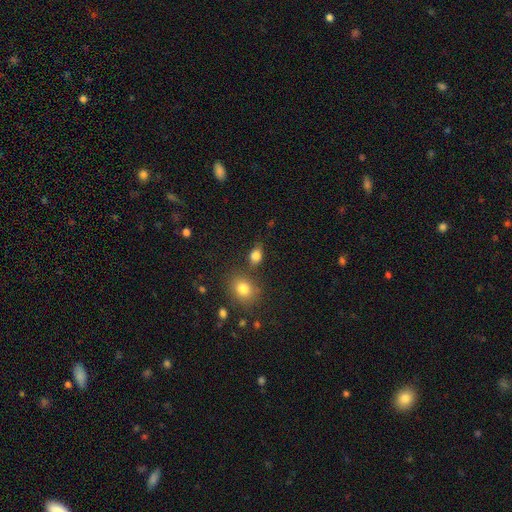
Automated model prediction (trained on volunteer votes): Smooth or featured? Predicted: smooth (p=0.83). How rounded? Predicted: in between (p=0.70). Merging? Predicted: none (p=0.69).